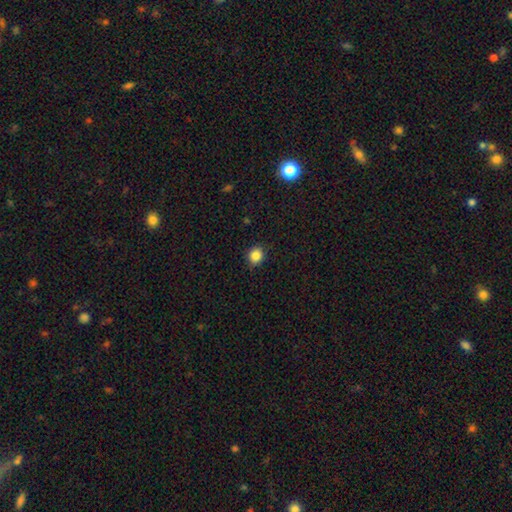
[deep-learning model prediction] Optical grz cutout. It shows a smooth galaxy with no disk features (85%) that is round (79%). Merging: none (87%).